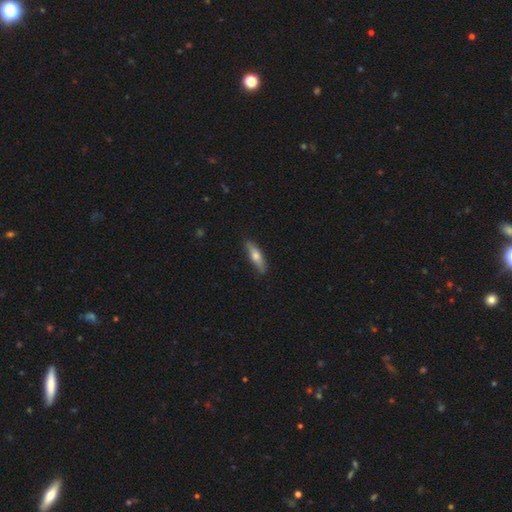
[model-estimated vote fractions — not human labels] Overall: smooth (56%; featured or disk 39%). How rounded: cigar-shaped (72%). Merging: none (85%).